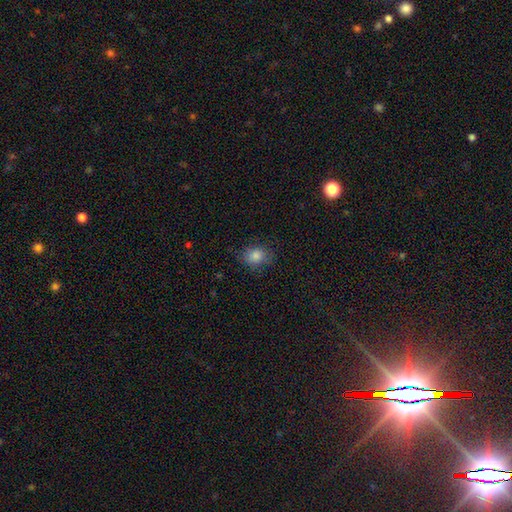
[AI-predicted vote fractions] A smooth galaxy with no disk features (81%) that is in between round and cigar-shaped (53%).

Vote fractions:
- Smooth or featured? smooth: 81% / star or artifact: 11% / featured or disk: 7%
- How rounded? in between: 53% / round: 46% / cigar-shaped: 1%
- Merging? none: 79% / minor disturbance: 16% / major disturbance: 4% / merger: 1%